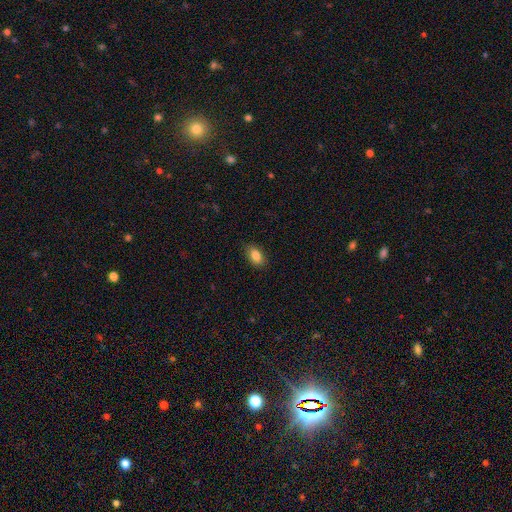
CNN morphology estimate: The model was most divided on "merging": none: 86%, minor disturbance: 11%, major disturbance: 2%, merger: 1%. More confident: how rounded — in between (88%); smooth or featured — smooth (84%).